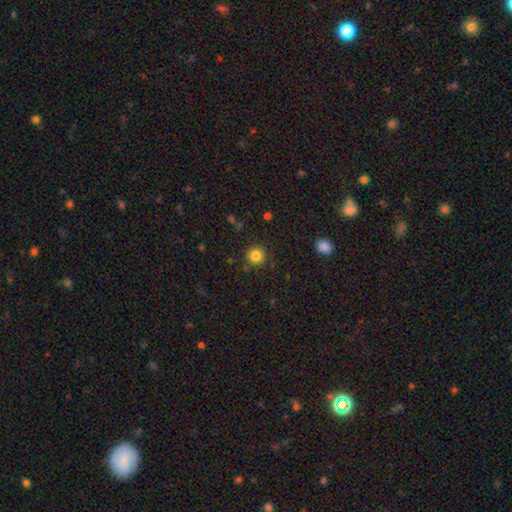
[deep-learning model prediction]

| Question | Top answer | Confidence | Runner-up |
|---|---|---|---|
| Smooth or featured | smooth | 83% | star or artifact (12%) |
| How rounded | round | 93% | in between (6%) |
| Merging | none | 88% | minor disturbance (7%) |